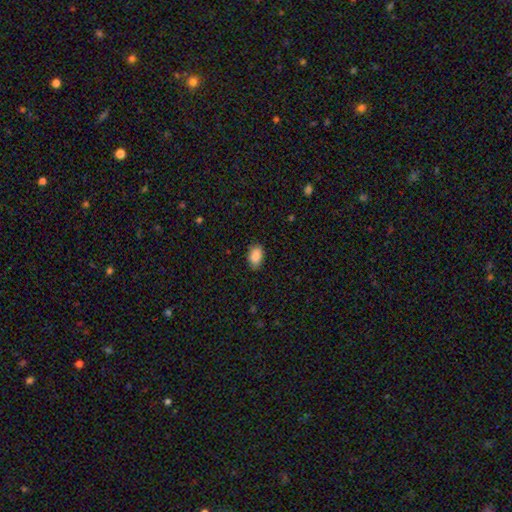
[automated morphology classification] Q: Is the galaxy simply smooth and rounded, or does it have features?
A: smooth — 88%.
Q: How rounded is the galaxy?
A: in between — 85%.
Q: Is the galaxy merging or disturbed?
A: none — 83%.